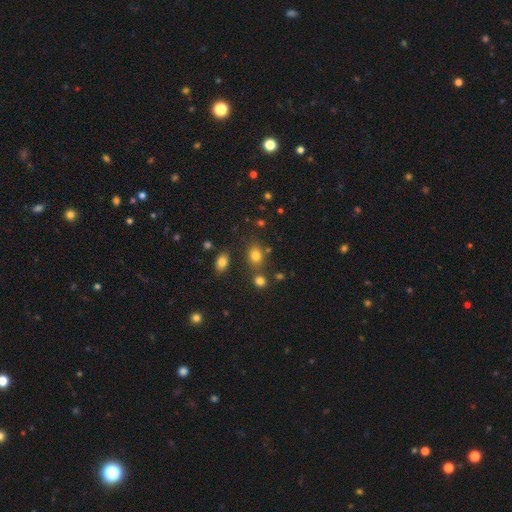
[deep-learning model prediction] Morphology: type=smooth (78%); roundness=in between (61%); merging=none (71%).